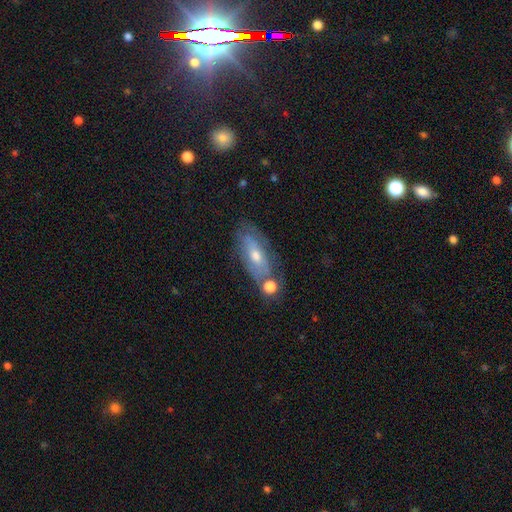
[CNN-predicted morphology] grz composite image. It shows a featured or disk galaxy (57%). Merging: none (60%).